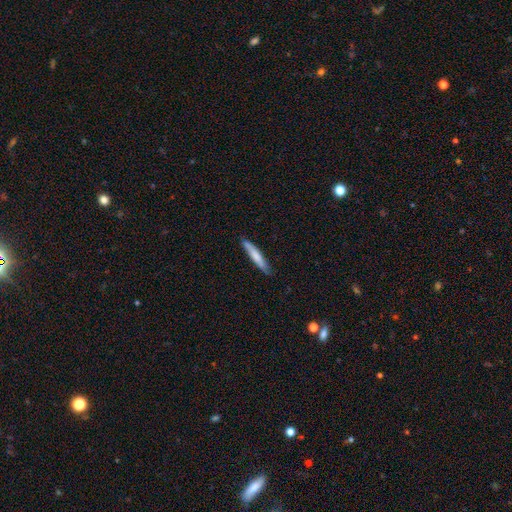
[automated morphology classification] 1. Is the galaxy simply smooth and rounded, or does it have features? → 70% smooth, 25% featured or disk, 5% star or artifact.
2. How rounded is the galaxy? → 92% cigar-shaped, 7% in between, 1% round.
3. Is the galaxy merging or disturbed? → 81% none, 15% minor disturbance, 2% major disturbance, 1% merger.